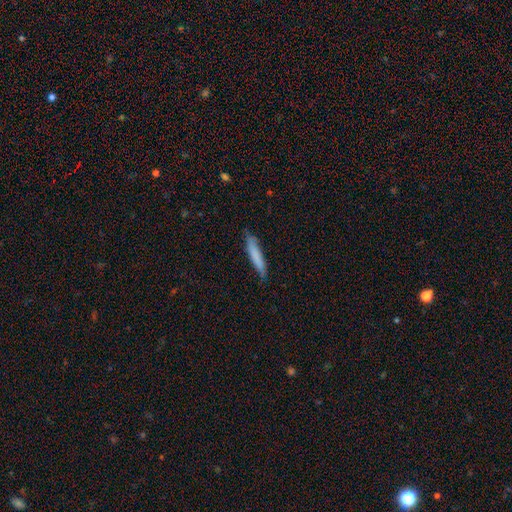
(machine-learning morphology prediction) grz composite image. It shows a smooth galaxy with no disk features (75%) that is cigar-shaped (92%). Merging: none (79%).